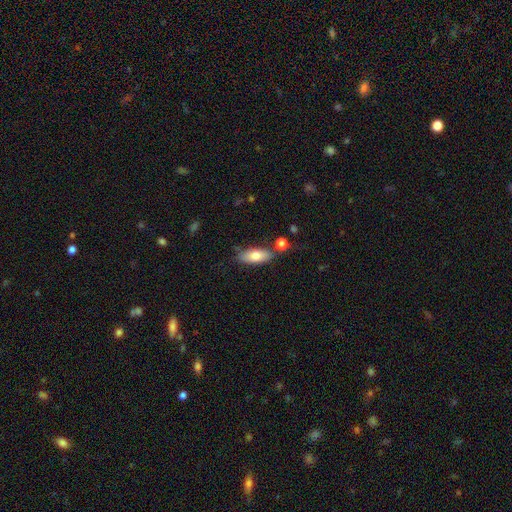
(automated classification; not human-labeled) smooth 75%, featured or disk 18%, star or artifact 7%. Down the decision tree: how rounded — in between (79%); merging — none (72%).